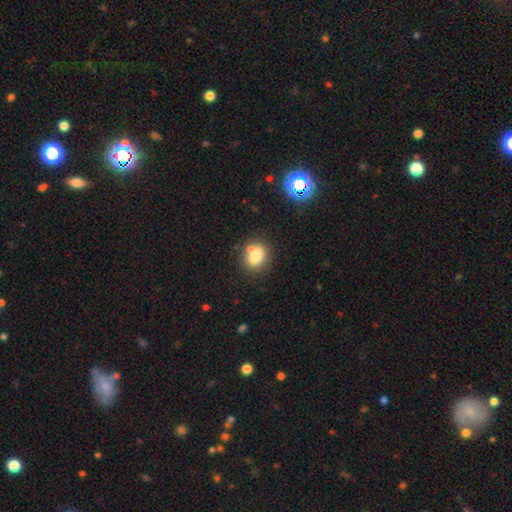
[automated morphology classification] Overall: smooth (76%). How rounded: round (49%, tied with in between). Merging: none (62%).